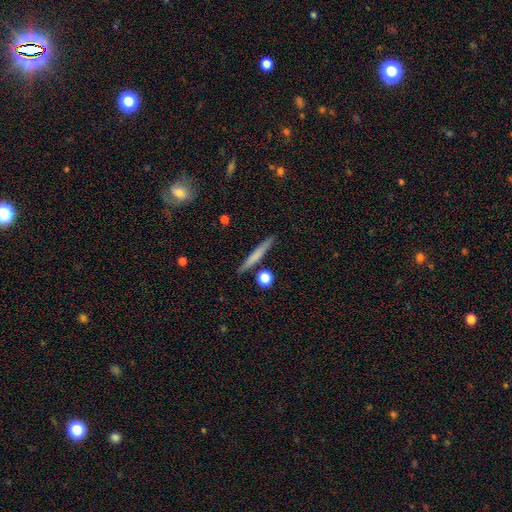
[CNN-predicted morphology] smooth 64%, featured or disk 30%, star or artifact 6%. Down the decision tree: how rounded — cigar-shaped (94%); merging — none (87%).